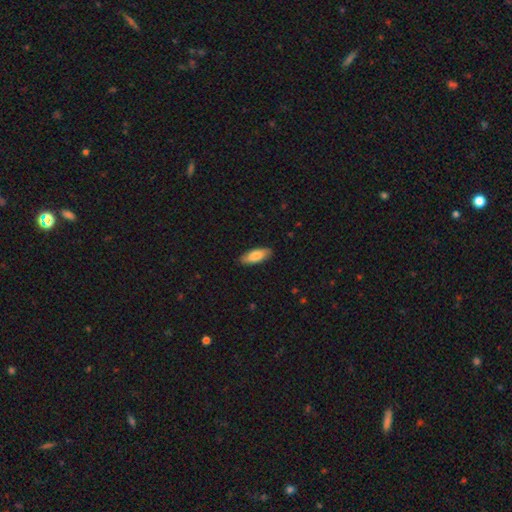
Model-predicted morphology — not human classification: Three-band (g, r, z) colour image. It shows a smooth galaxy with no disk features (81%) that is in between round and cigar-shaped (76%). Merging: none (87%).